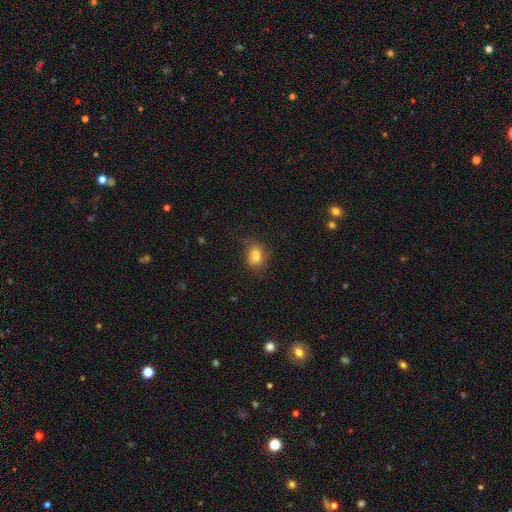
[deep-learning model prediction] Smooth or featured? Predicted: smooth (p=0.81). How rounded? Predicted: in between (p=0.66). Merging? Predicted: none (p=0.65).